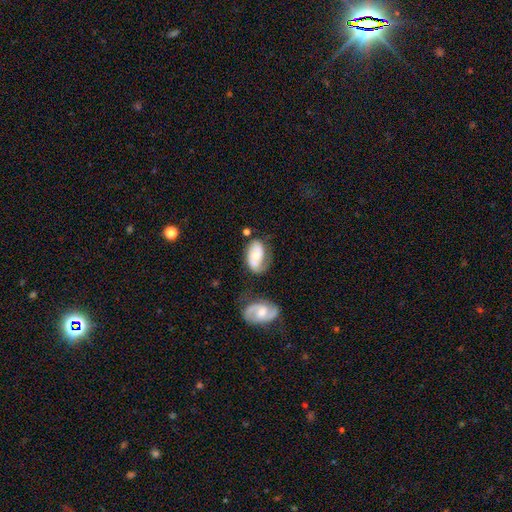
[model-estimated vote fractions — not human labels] A featured or disk galaxy (51%).

Vote fractions:
- Smooth or featured? featured or disk: 51% / smooth: 42% / star or artifact: 7%
- Edge-on disk? no: 95% / yes: 5%
- Merging? none: 47% / minor disturbance: 25% / merger: 16% / major disturbance: 12%